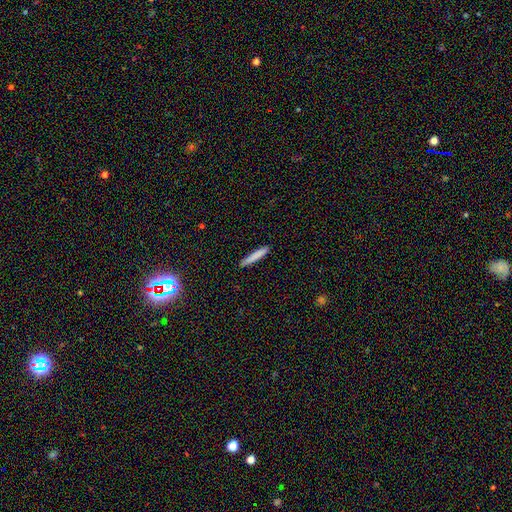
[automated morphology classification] Smooth or featured: smooth — 81% (featured or disk — 12%)
How rounded: cigar-shaped — 94% (in between — 5%)
Merging: none — 90% (minor disturbance — 7%)